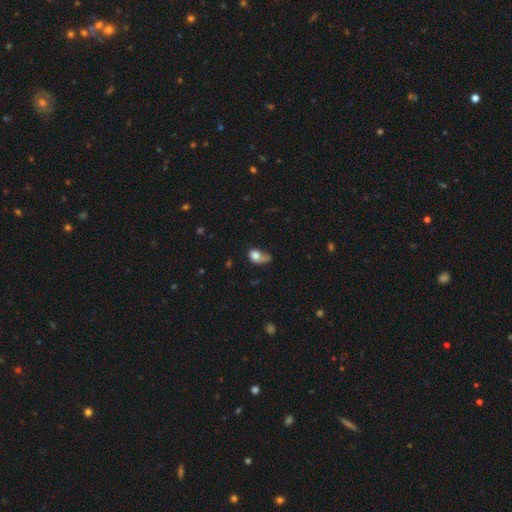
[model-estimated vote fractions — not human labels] Q: Smooth or featured?
A: smooth (76%); runner-up: featured or disk (15%)
Q: How rounded?
A: in between (69%); runner-up: round (29%)
Q: Merging?
A: major disturbance (34%); runner-up: minor disturbance (31%)